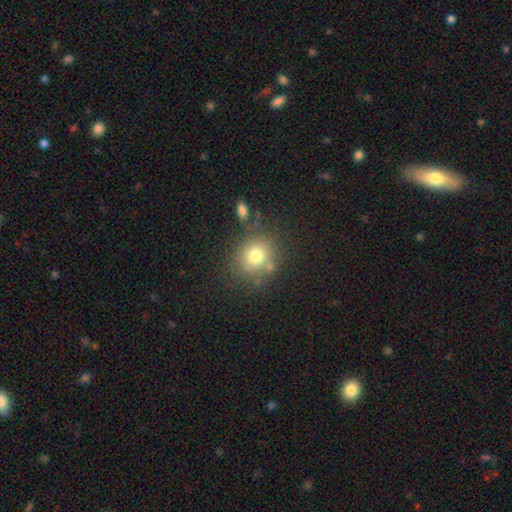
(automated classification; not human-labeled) smooth_or_featured: smooth (p=0.76) [alt: star or artifact p=0.12]
how_rounded: round (p=0.72) [alt: in between p=0.27]
merging: none (p=0.74) [alt: minor disturbance p=0.13]